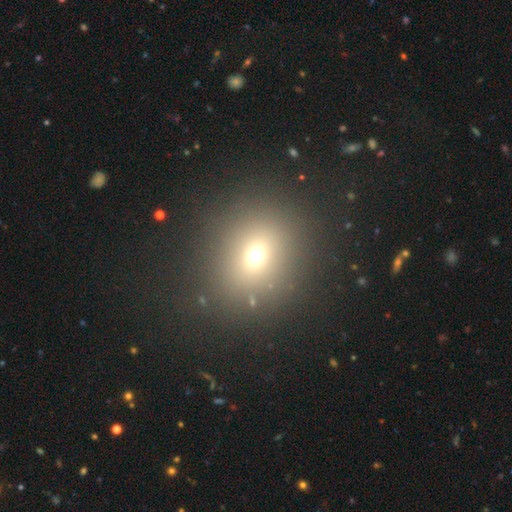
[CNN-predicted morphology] The model was most divided on "smooth or featured": smooth: 66%, star or artifact: 23%, featured or disk: 11%. More confident: merging — none (86%); how rounded — round (76%).